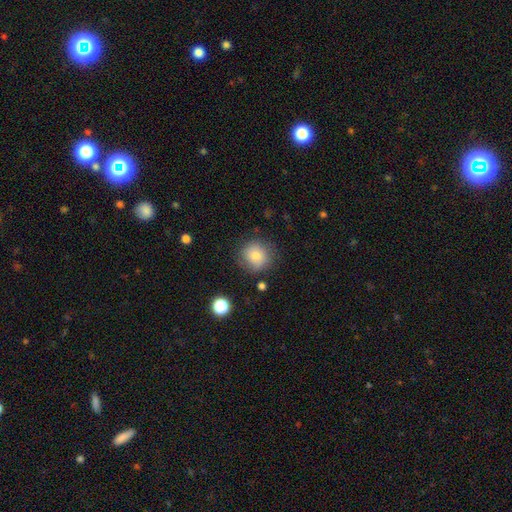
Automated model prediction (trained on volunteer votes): Smooth or featured?
  - smooth: 79% *
  - featured or disk: 11%
  - star or artifact: 10%
How rounded?
  - round: 89% *
  - in between: 10%
  - cigar-shaped: 1%
Merging?
  - none: 78% *
  - minor disturbance: 15%
  - major disturbance: 5%
  - merger: 2%